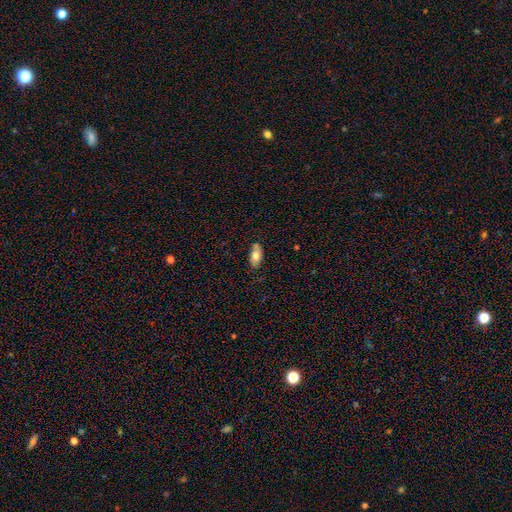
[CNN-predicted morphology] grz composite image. It shows a smooth galaxy with no disk features (73%) that is in between round and cigar-shaped (91%). Merging: none (72%).